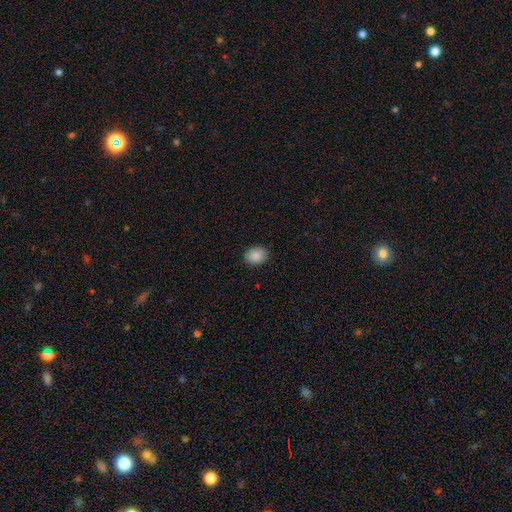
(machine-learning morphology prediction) A smooth galaxy with no disk features (88%) that is in between round and cigar-shaped (63%).

Vote fractions:
- Smooth or featured? smooth: 88% / star or artifact: 8% / featured or disk: 4%
- How rounded? in between: 63% / round: 36% / cigar-shaped: 1%
- Merging? none: 89% / minor disturbance: 8% / major disturbance: 2% / merger: 1%